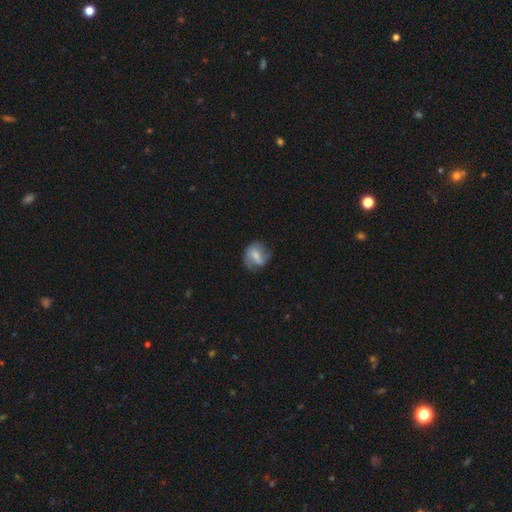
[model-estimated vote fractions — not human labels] Overall: featured or disk (53%; smooth 39%). Edge-on disk: no (97%). Bar: weak (47%; no 31%). Spiral arms: yes (80%). Bulge size: small (43%; moderate 38%). Merging: none (58%; minor disturbance 26%).